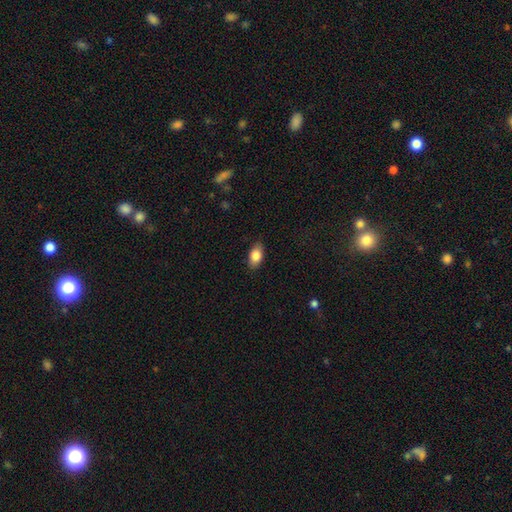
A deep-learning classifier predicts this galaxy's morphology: Smooth or featured? Predicted: smooth (p=0.84). How rounded? Predicted: in between (p=0.90). Merging? Predicted: none (p=0.85).